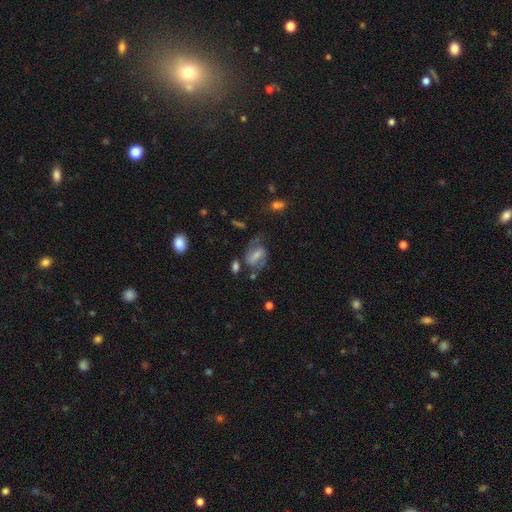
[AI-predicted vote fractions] Smooth or featured: featured or disk — 62% (smooth — 29%)
Edge-on disk: no — 96% (yes — 4%)
Bar: weak — 41% (strong — 38%)
Spiral arms: yes — 84% (no — 16%)
Bulge size: small — 40% (moderate — 38%)
Merging: none — 57% (minor disturbance — 20%)